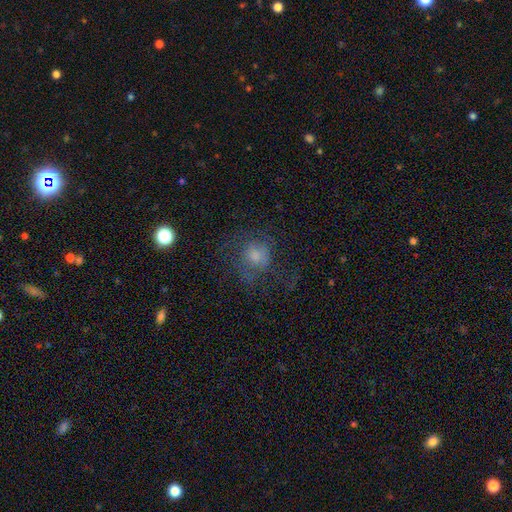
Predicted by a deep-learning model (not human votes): This is possibly a smooth galaxy (47%). Merging: possibly none (54%).